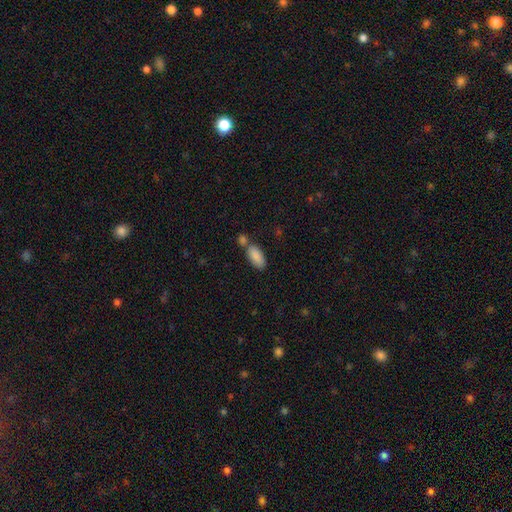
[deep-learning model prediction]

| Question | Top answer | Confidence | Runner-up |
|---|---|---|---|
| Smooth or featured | smooth | 88% | star or artifact (7%) |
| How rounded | in between | 89% | cigar-shaped (9%) |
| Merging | none | 54% | merger (30%) |